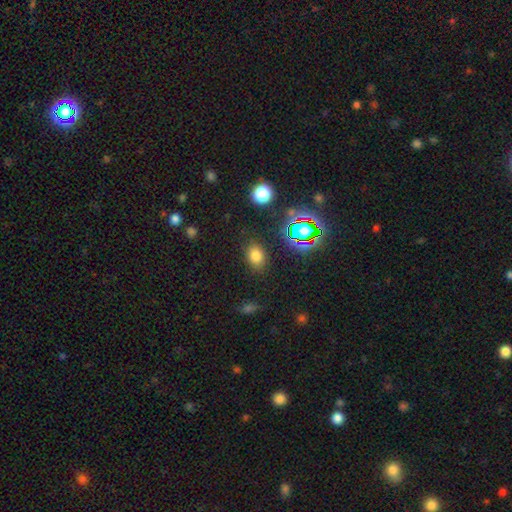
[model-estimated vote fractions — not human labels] A smooth galaxy with no disk features (74%) that is in between round and cigar-shaped (71%).

Vote fractions:
- Smooth or featured? smooth: 74% / star or artifact: 19% / featured or disk: 7%
- How rounded? in between: 71% / round: 28% / cigar-shaped: 1%
- Merging? none: 84% / minor disturbance: 10% / major disturbance: 4% / merger: 2%